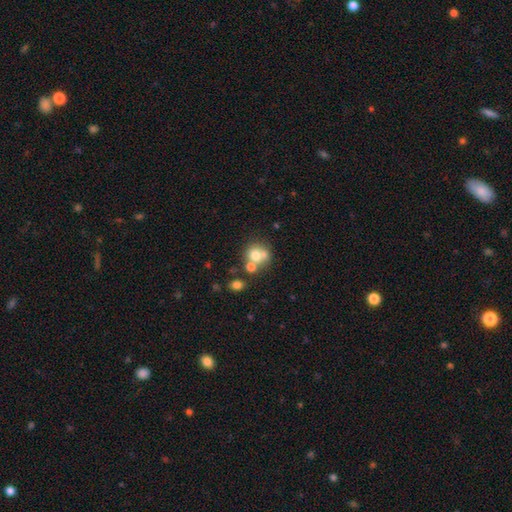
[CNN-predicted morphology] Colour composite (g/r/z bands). It shows a smooth galaxy with no disk features (67%) that is round (80%). Merging: none (43%, tied with merger).